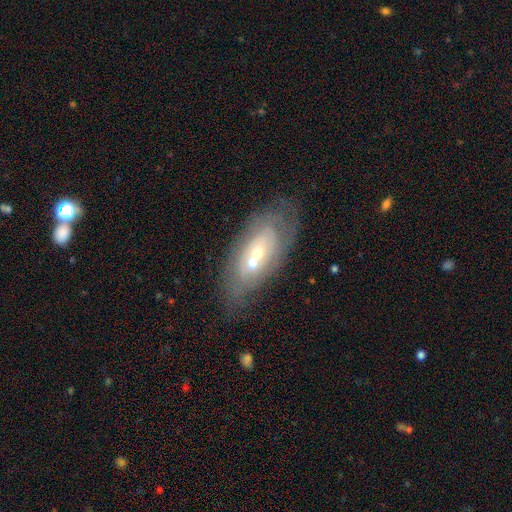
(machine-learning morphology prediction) Smooth or featured: featured or disk — 63% (smooth — 29%)
Edge-on disk: no — 88% (yes — 12%)
Bar: no — 79% (weak — 16%)
Spiral arms: no — 59% (yes — 41%)
Bulge size: small — 47% (tied with moderate — 47%)
Merging: none — 52% (merger — 22%)